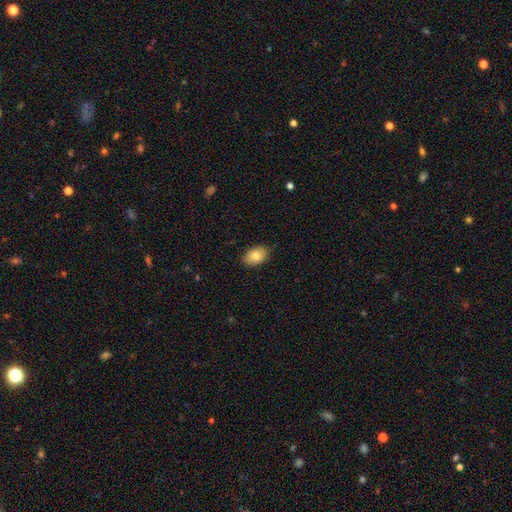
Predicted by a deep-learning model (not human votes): Q: Smooth or featured?
A: smooth (82%); runner-up: featured or disk (10%)
Q: How rounded?
A: in between (88%); runner-up: round (11%)
Q: Merging?
A: none (85%); runner-up: minor disturbance (12%)